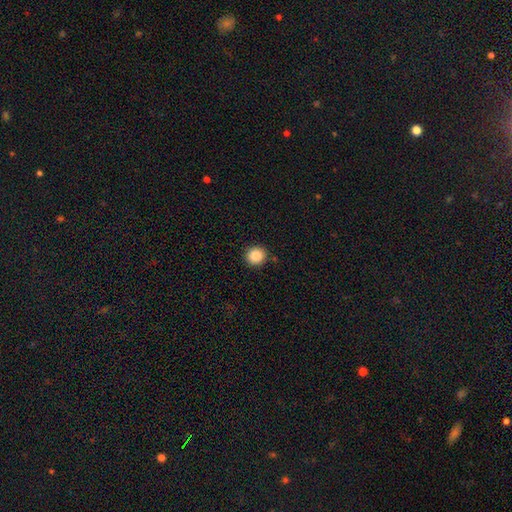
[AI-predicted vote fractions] This appears to be a smooth galaxy with no disk features (87%) that is round (91%). Merging: none (90%).